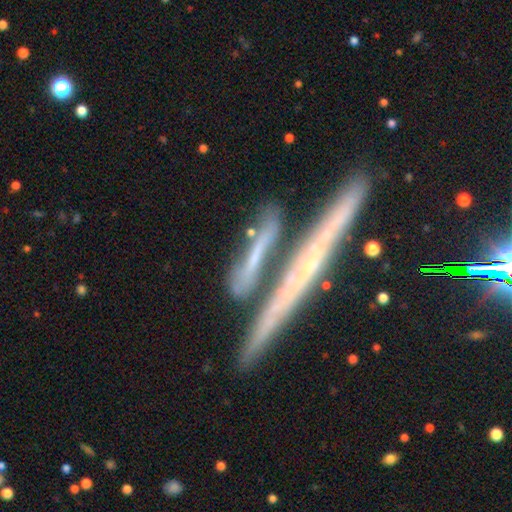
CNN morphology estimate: Q: Smooth or featured?
A: featured or disk (65%); runner-up: smooth (24%)
Q: Edge-on disk?
A: yes (90%); runner-up: no (10%)
Q: Edge-on bulge?
A: none (71%); runner-up: rounded (21%)
Q: Merging?
A: none (71%); runner-up: merger (15%)